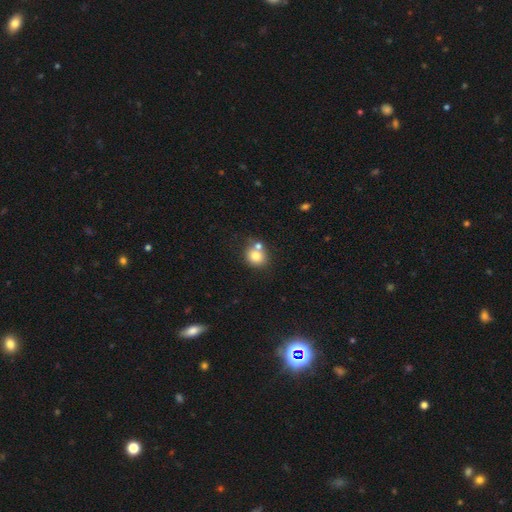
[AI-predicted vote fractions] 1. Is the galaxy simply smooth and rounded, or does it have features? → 77% smooth, 12% featured or disk, 11% star or artifact.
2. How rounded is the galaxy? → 76% round, 23% in between, 1% cigar-shaped.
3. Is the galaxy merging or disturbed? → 52% none, 33% merger, 11% minor disturbance, 4% major disturbance.